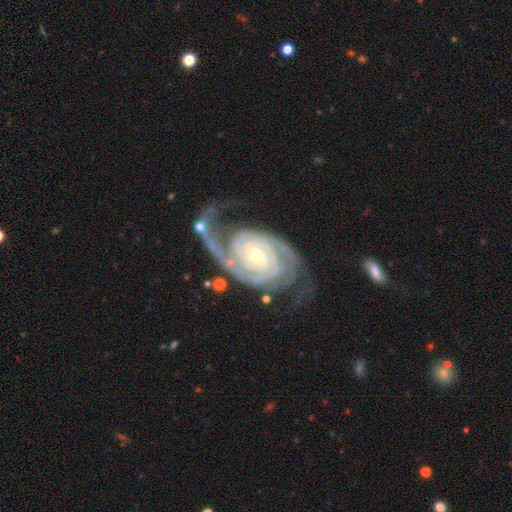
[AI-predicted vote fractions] A featured or disk galaxy (93%) with no bar (60%), 2 (53%) tight (75%) spiral arms (99%) and a small central bulge (59%). Merging: none (55%).